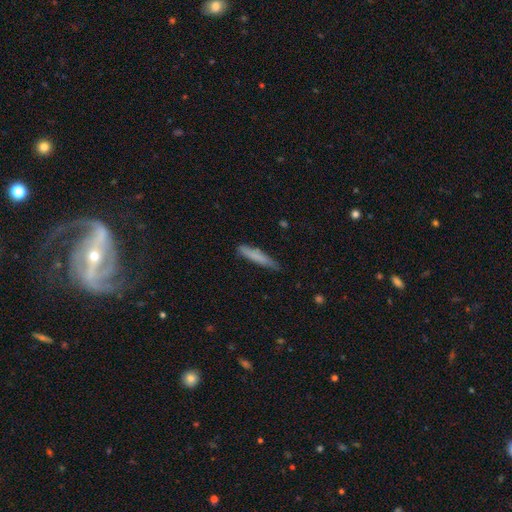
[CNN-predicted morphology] The model was most divided on "smooth or featured": smooth: 77%, featured or disk: 17%, star or artifact: 6%. More confident: how rounded — cigar-shaped (92%); merging — none (79%).